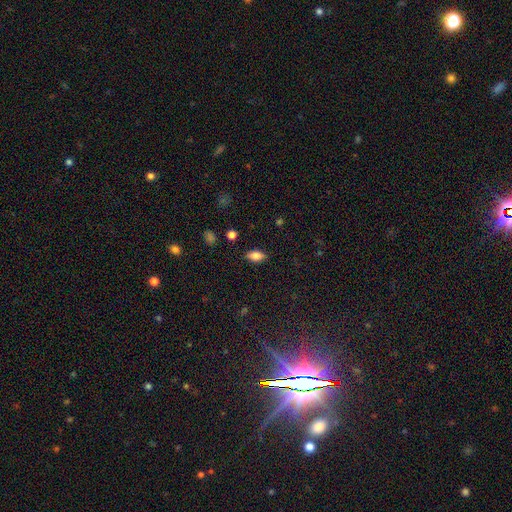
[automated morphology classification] smooth 79%, featured or disk 12%, star or artifact 9%. Down the decision tree: how rounded — in between (88%); merging — none (86%).